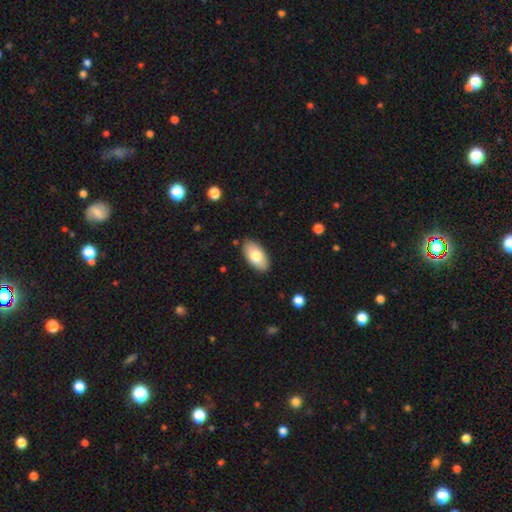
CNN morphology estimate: A smooth galaxy with no disk features (77%) that is in between round and cigar-shaped (95%). Merging: none (87%).